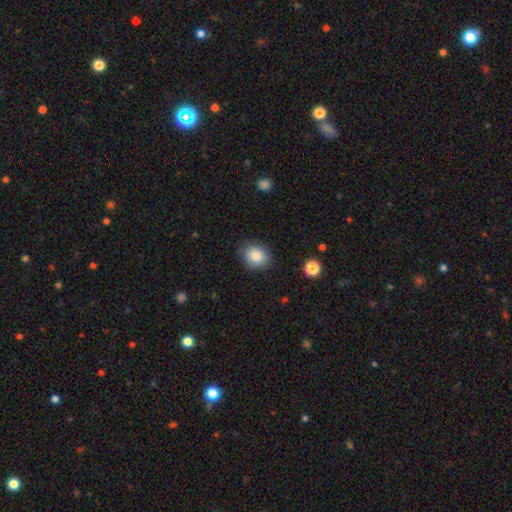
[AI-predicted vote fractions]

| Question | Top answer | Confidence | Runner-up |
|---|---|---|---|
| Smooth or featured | smooth | 84% | star or artifact (9%) |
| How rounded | round | 61% | in between (38%) |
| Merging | none | 84% | minor disturbance (12%) |